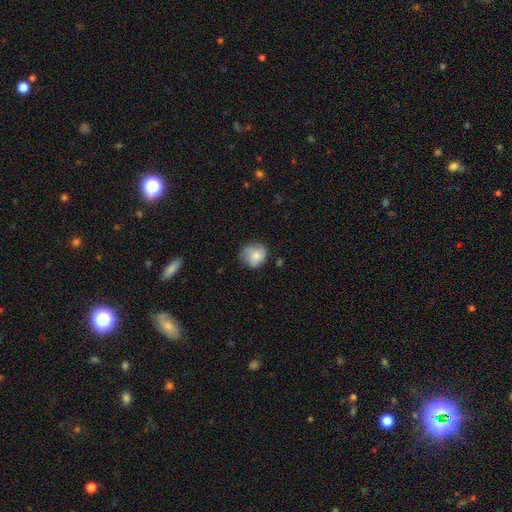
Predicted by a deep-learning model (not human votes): Smooth or featured?
  - smooth: 67% *
  - featured or disk: 25%
  - star or artifact: 8%
How rounded?
  - round: 74% *
  - in between: 25%
  - cigar-shaped: 1%
Merging?
  - none: 58% *
  - minor disturbance: 30%
  - major disturbance: 10%
  - merger: 2%